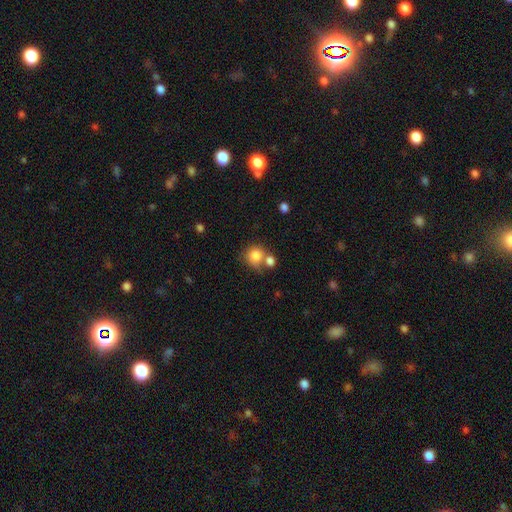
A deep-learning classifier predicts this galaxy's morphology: Smooth or featured?
  - smooth: 82% *
  - star or artifact: 10%
  - featured or disk: 8%
How rounded?
  - round: 84% *
  - in between: 15%
  - cigar-shaped: 1%
Merging?
  - none: 49% *
  - merger: 34%
  - minor disturbance: 12%
  - major disturbance: 6%